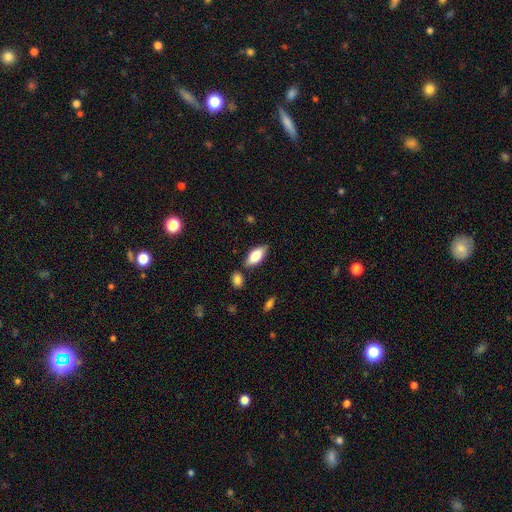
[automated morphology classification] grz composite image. It shows a smooth galaxy with no disk features (75%) that is in between round and cigar-shaped (83%). Merging: none (77%).